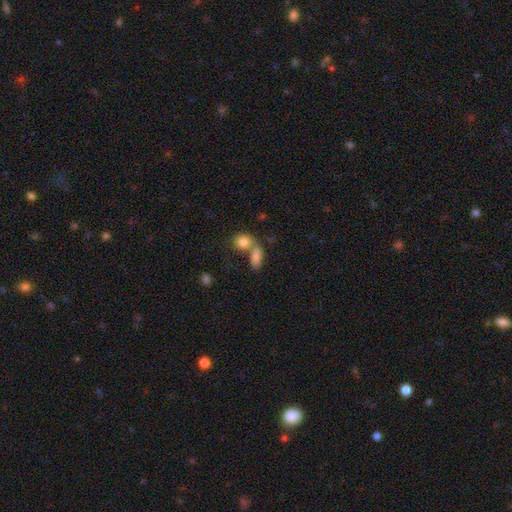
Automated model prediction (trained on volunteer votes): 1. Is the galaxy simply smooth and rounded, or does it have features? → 81% smooth, 10% featured or disk, 9% star or artifact.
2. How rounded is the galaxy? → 77% in between, 14% round, 9% cigar-shaped.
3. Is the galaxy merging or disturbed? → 50% merger, 36% none, 9% minor disturbance, 5% major disturbance.